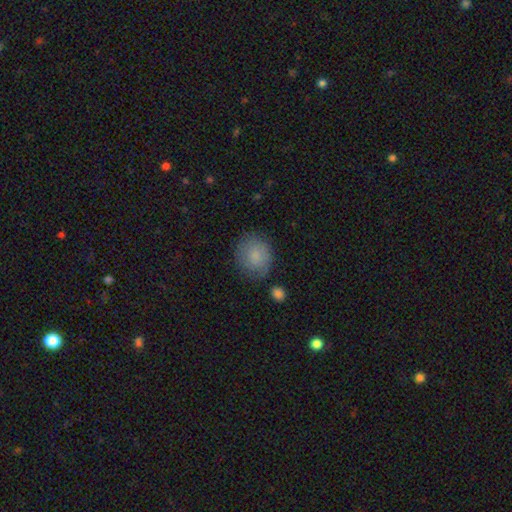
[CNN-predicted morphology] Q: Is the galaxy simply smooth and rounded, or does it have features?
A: smooth — 79%.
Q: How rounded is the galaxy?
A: round — 76%.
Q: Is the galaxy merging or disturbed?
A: none — 71%.